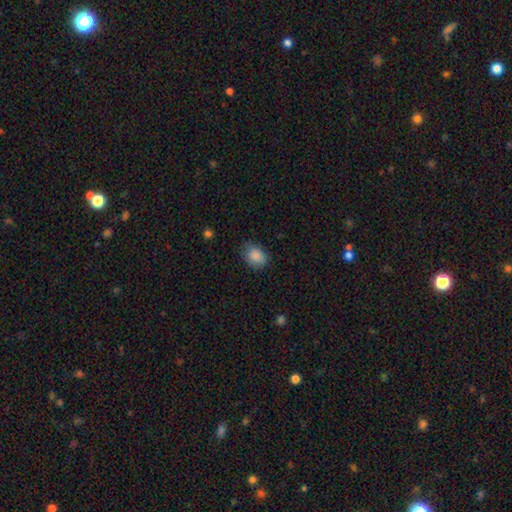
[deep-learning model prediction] A smooth galaxy with no disk features (88%) that is in between round and cigar-shaped (63%).

Vote fractions:
- Smooth or featured? smooth: 88% / star or artifact: 8% / featured or disk: 4%
- How rounded? in between: 63% / round: 36% / cigar-shaped: 1%
- Merging? none: 75% / minor disturbance: 20% / major disturbance: 4% / merger: 1%